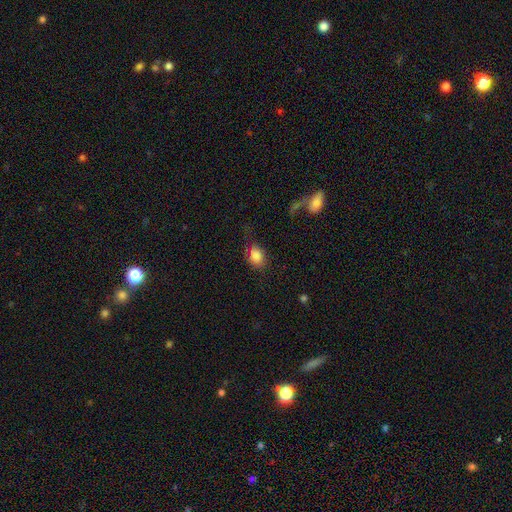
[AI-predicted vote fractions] Smooth or featured? Predicted: smooth (p=0.82). How rounded? Predicted: in between (p=0.65). Merging? Predicted: none (p=0.59).